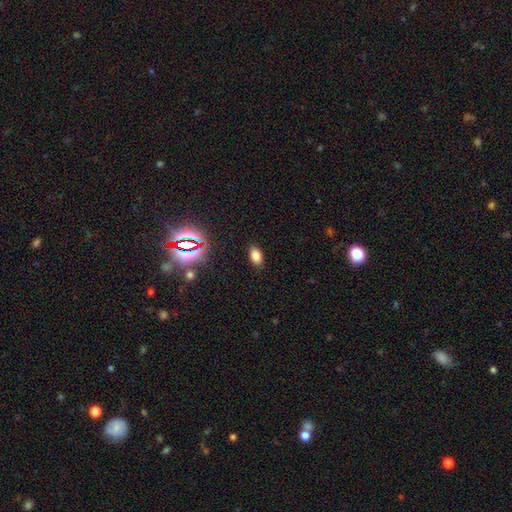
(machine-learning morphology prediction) type=smooth (78%); roundness=in between (90%); merging=none (88%).